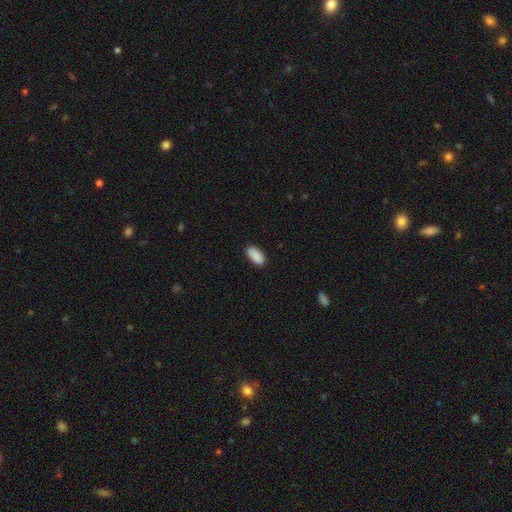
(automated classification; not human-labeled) smooth 90%, star or artifact 7%, featured or disk 3%. Down the decision tree: how rounded — in between (91%); merging — none (87%).